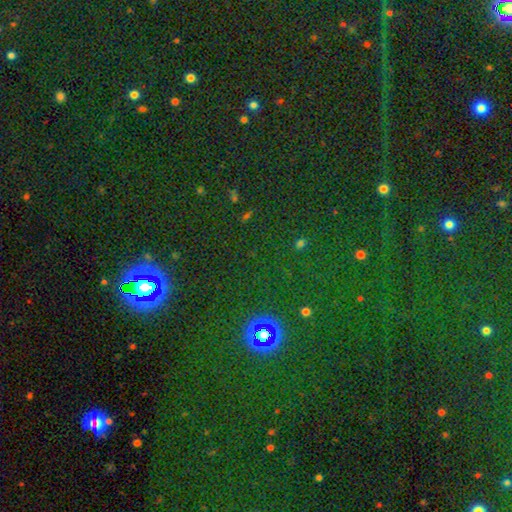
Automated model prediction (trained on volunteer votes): star or artifact 70%, smooth 23%, featured or disk 6%.